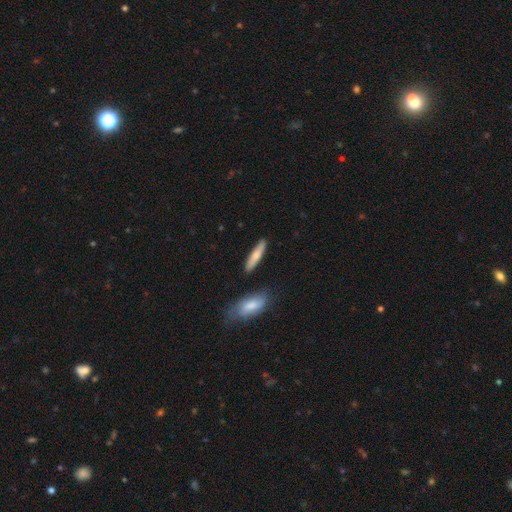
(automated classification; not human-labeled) Smooth or featured? Predicted: smooth (p=0.70). How rounded? Predicted: cigar-shaped (p=0.80). Merging? Predicted: none (p=0.85).